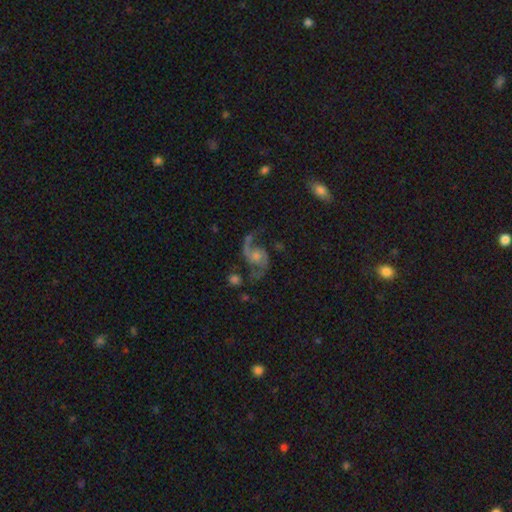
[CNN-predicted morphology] A featured or disk galaxy (89%) with no bar (65%), 2 (93%) medium (49%) spiral arms (97%) and a small central bulge (44%). Merging: none (70%).